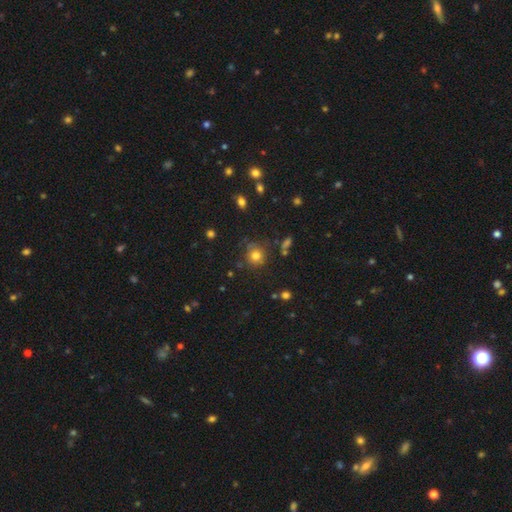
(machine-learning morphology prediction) This is likely a smooth galaxy (76%). How rounded: clearly round (89%). Merging: likely none (76%).